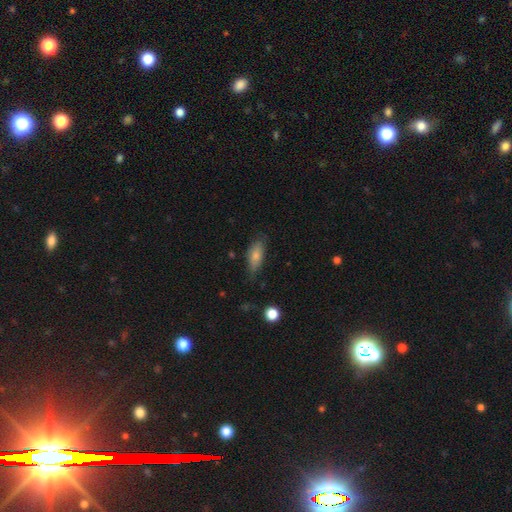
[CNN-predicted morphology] smooth 78%, featured or disk 15%, star or artifact 7%. Down the decision tree: how rounded — in between (78%); merging — none (65%).